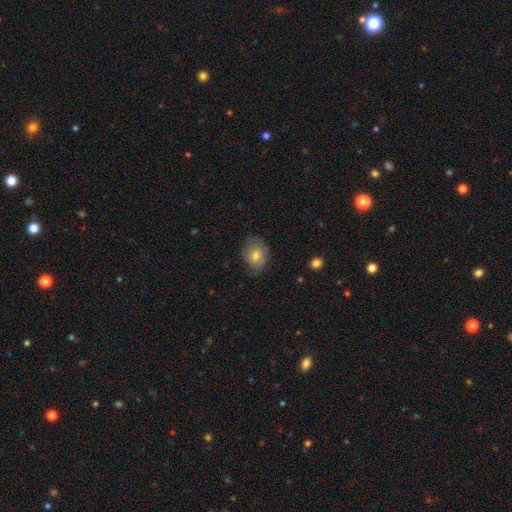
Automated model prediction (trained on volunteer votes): This appears to be a smooth galaxy with no disk features (73%) that is round (54%). Merging: none (72%).